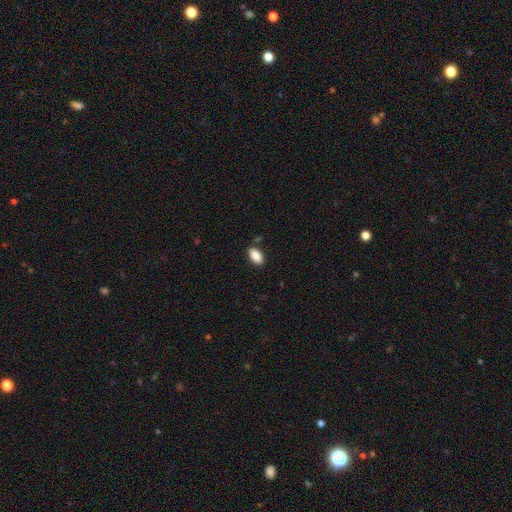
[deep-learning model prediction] Q: Smooth or featured?
A: smooth (89%); runner-up: star or artifact (7%)
Q: How rounded?
A: in between (93%); runner-up: cigar-shaped (4%)
Q: Merging?
A: none (83%); runner-up: minor disturbance (11%)